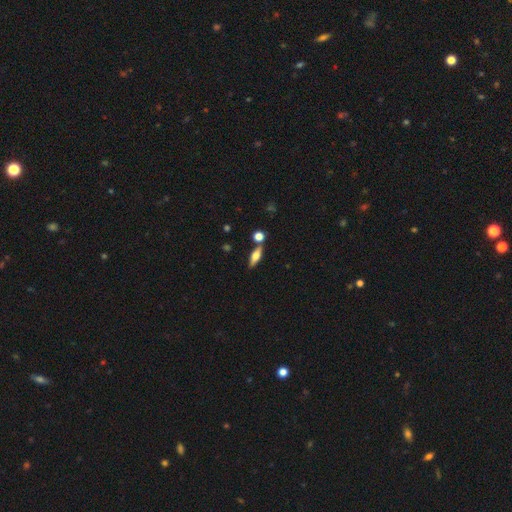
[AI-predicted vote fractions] Overall: featured or disk (47%; smooth 44%). Merging: none (76%).